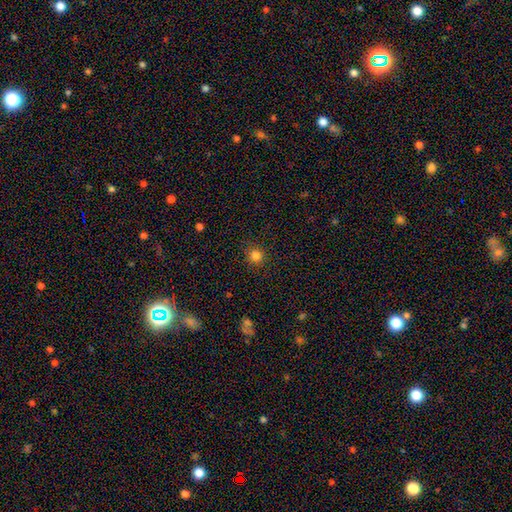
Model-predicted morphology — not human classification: The model was most divided on "smooth or featured": smooth: 83%, star or artifact: 13%, featured or disk: 4%. More confident: how rounded — round (92%); merging — none (89%).